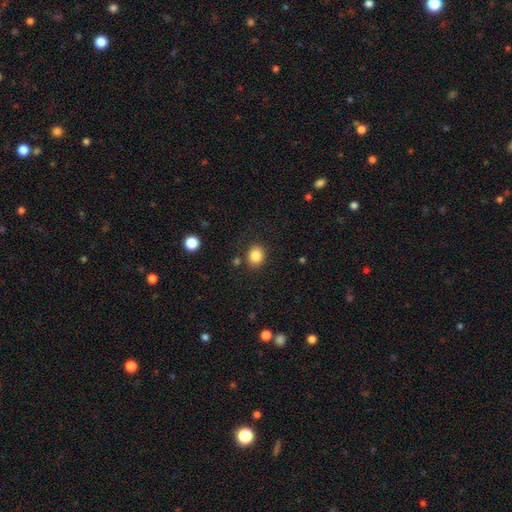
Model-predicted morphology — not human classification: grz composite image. It shows a smooth galaxy with no disk features (85%) that is round (67%). Merging: none (84%).